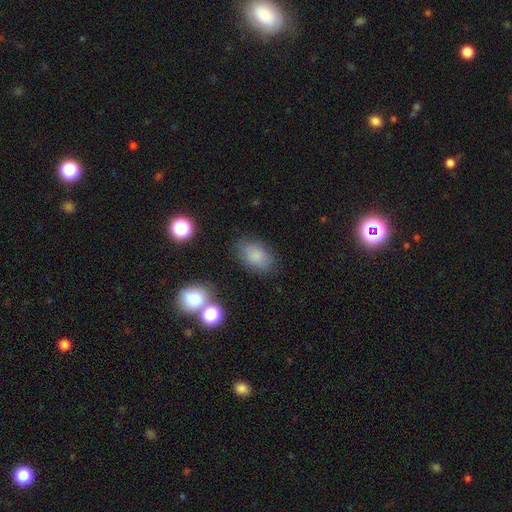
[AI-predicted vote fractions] Overall: smooth (82%). How rounded: in between (84%). Merging: none (77%).